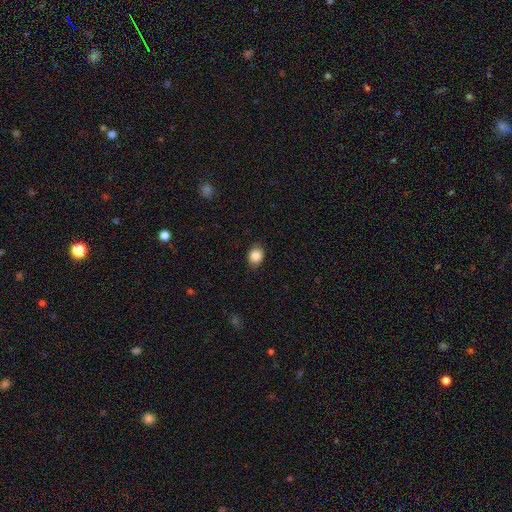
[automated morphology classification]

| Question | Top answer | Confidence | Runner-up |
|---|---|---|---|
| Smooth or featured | smooth | 86% | star or artifact (9%) |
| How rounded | in between | 52% | round (47%) |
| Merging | none | 87% | minor disturbance (10%) |